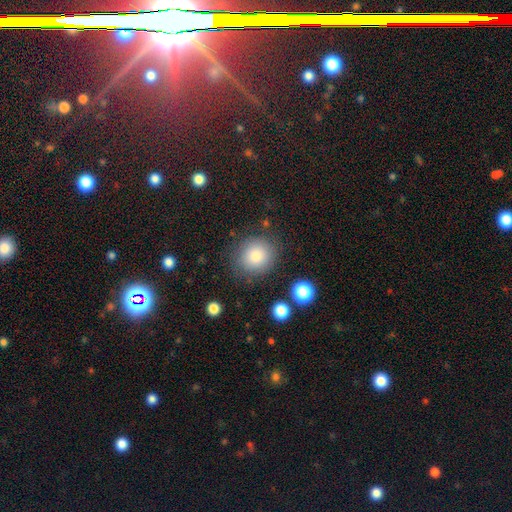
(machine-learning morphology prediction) Smooth or featured: smooth — 80% (star or artifact — 11%)
How rounded: round — 85% (in between — 14%)
Merging: none — 82% (minor disturbance — 11%)